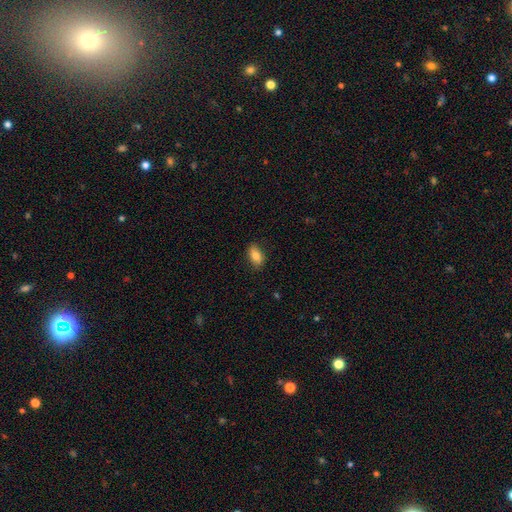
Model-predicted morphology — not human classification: smooth 83%, featured or disk 10%, star or artifact 8%. Down the decision tree: how rounded — in between (89%); merging — none (85%).